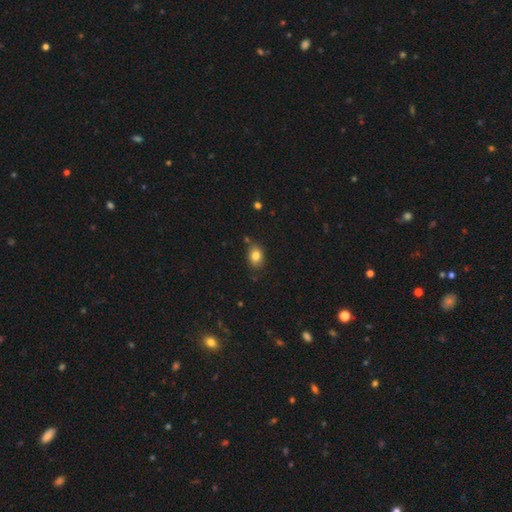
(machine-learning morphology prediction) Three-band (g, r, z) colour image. It shows a smooth galaxy with no disk features (83%) that is in between round and cigar-shaped (64%). Merging: none (77%).